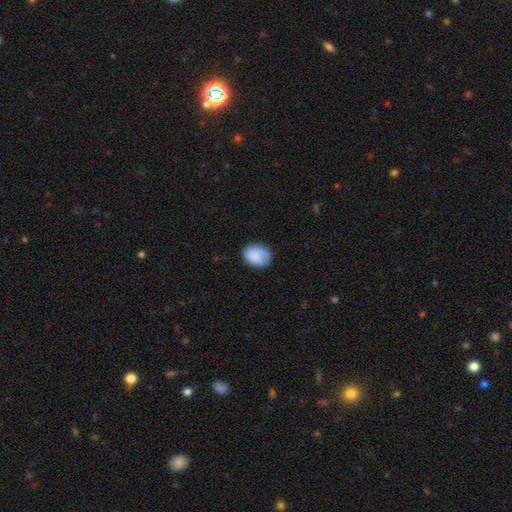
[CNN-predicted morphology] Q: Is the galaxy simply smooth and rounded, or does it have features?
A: smooth — 86%.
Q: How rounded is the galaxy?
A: in between — 58%.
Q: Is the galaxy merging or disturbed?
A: none — 76%.